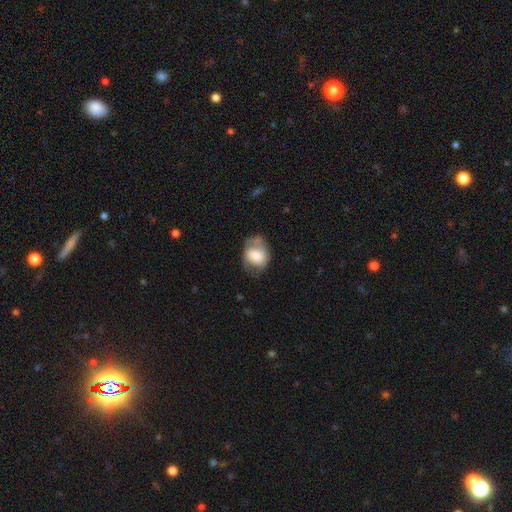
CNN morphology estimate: The model was most divided on "smooth or featured": smooth: 51%, featured or disk: 41%, star or artifact: 7%. Remaining: how rounded — in between (63%); merging — none (45%).